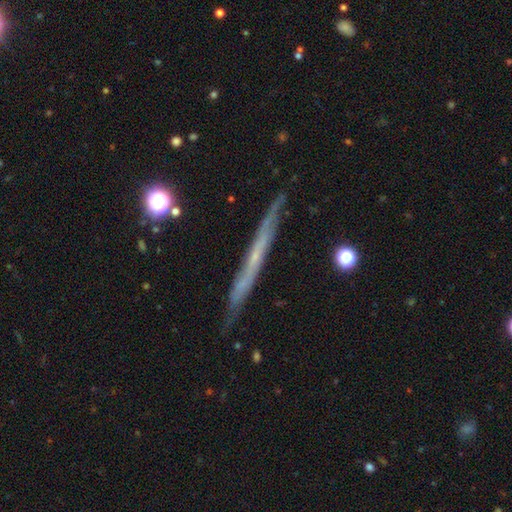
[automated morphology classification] Q: Smooth or featured?
A: featured or disk (64%); runner-up: smooth (29%)
Q: Edge-on disk?
A: yes (94%); runner-up: no (6%)
Q: Edge-on bulge?
A: none (82%); runner-up: rounded (15%)
Q: Merging?
A: none (84%); runner-up: minor disturbance (12%)